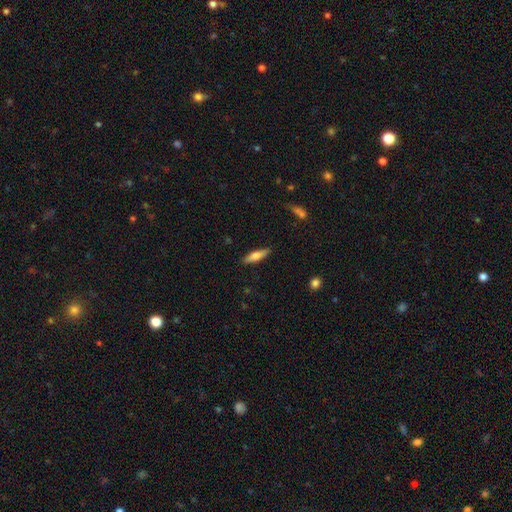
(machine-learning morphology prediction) Overall: smooth (68%). How rounded: cigar-shaped (64%; in between 34%). Merging: none (87%).